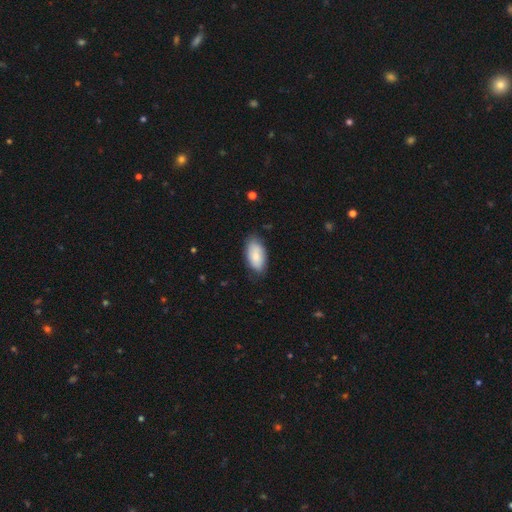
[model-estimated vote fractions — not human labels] Q: Smooth or featured?
A: smooth (80%); runner-up: featured or disk (13%)
Q: How rounded?
A: in between (94%); runner-up: cigar-shaped (3%)
Q: Merging?
A: none (76%); runner-up: minor disturbance (19%)